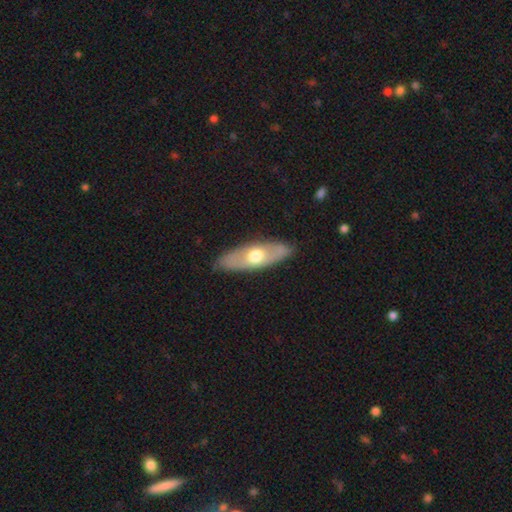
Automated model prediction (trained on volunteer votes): A smooth galaxy with no disk features (50%). Merging: none (84%).